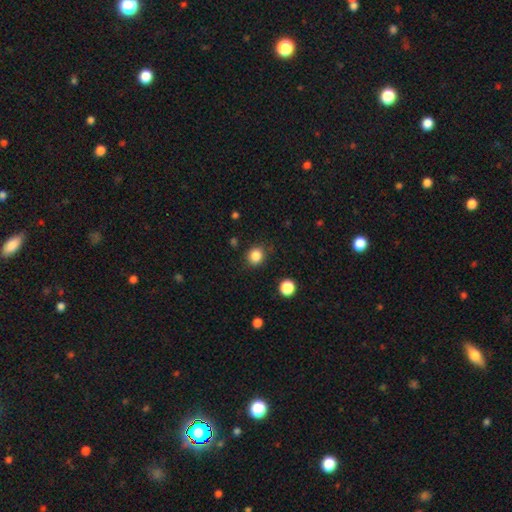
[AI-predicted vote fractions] Morphology: type=smooth (85%); roundness=round (80%); merging=none (85%).